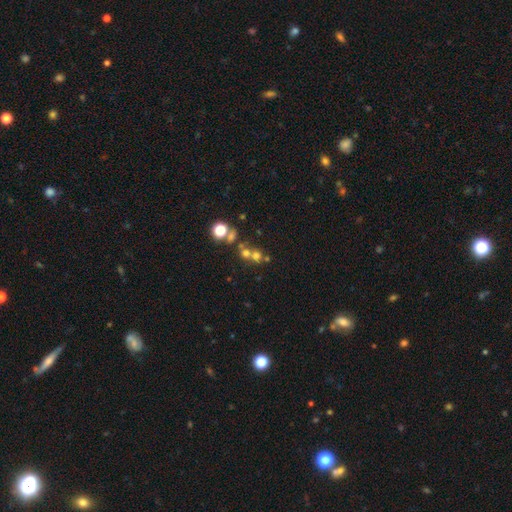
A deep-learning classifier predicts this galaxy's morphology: Smooth or featured? smooth (56%)
How rounded? round (86%)
Merging? none (44%, tied with merger)